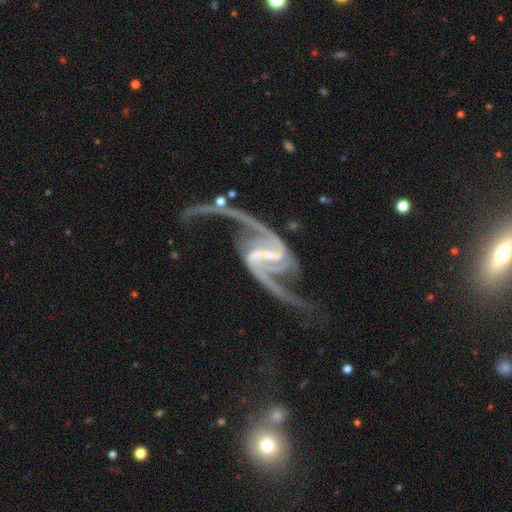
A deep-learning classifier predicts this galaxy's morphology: The model was most divided on "merging": none: 40%, major disturbance: 32%, minor disturbance: 15%, merger: 12%. More confident: edge-on disk — no (98%); spiral arms — yes (98%); smooth or featured — featured or disk (93%); spiral arm count — 2 (83%); spiral winding — loose (71%); bulge size — small (61%); bar — strong (60%).